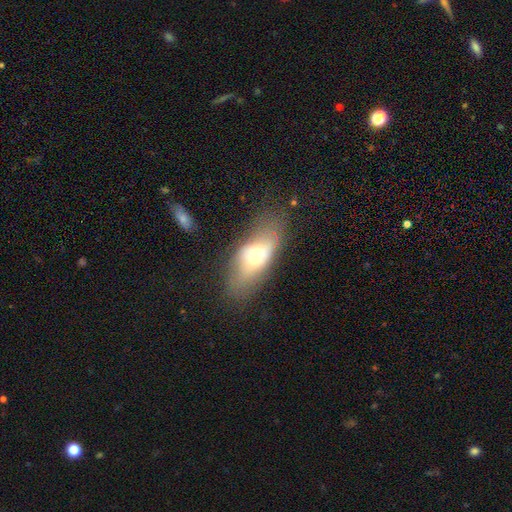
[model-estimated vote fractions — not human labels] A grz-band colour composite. It shows a smooth galaxy with no disk features (60%) that is in between round and cigar-shaped (82%). Merging: none (63%).